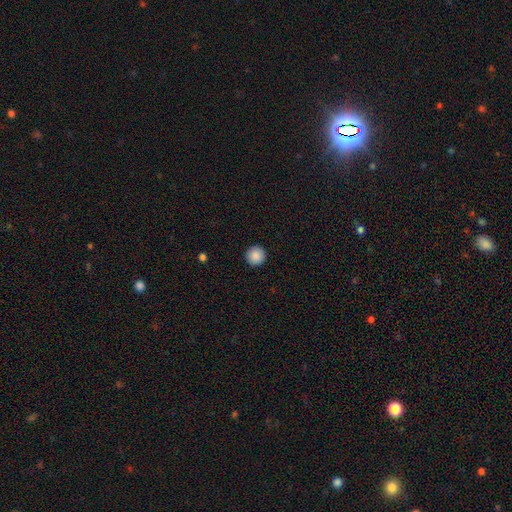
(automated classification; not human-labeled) Q: Smooth or featured?
A: smooth (89%); runner-up: star or artifact (8%)
Q: How rounded?
A: round (96%); runner-up: in between (3%)
Q: Merging?
A: none (93%); runner-up: minor disturbance (4%)